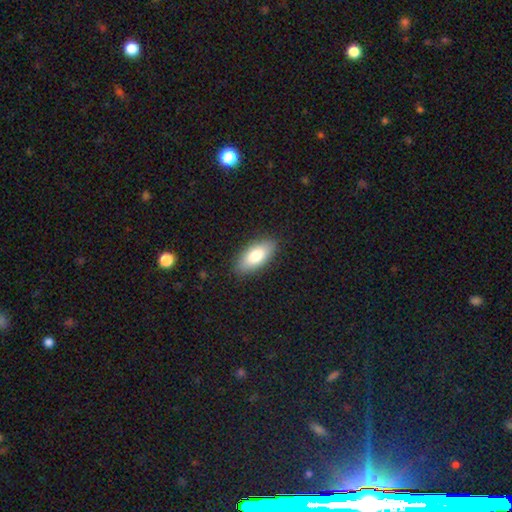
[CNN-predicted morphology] Smooth or featured: smooth — 80% (featured or disk — 13%)
How rounded: in between — 88% (cigar-shaped — 10%)
Merging: none — 88% (minor disturbance — 9%)